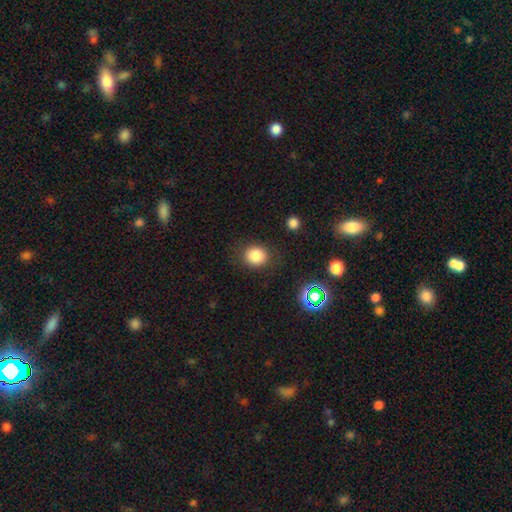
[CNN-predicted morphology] Smooth or featured?
  - smooth: 83% *
  - star or artifact: 12%
  - featured or disk: 5%
How rounded?
  - round: 78% *
  - in between: 21%
  - cigar-shaped: 1%
Merging?
  - none: 85% *
  - minor disturbance: 10%
  - major disturbance: 4%
  - merger: 2%